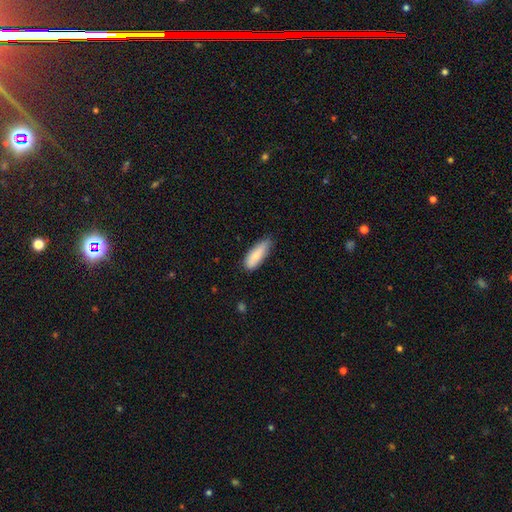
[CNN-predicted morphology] smooth_or_featured: smooth (p=0.82) [alt: featured or disk p=0.12]
how_rounded: in between (p=0.63) [alt: cigar-shaped p=0.36]
merging: none (p=0.69) [alt: minor disturbance p=0.26]